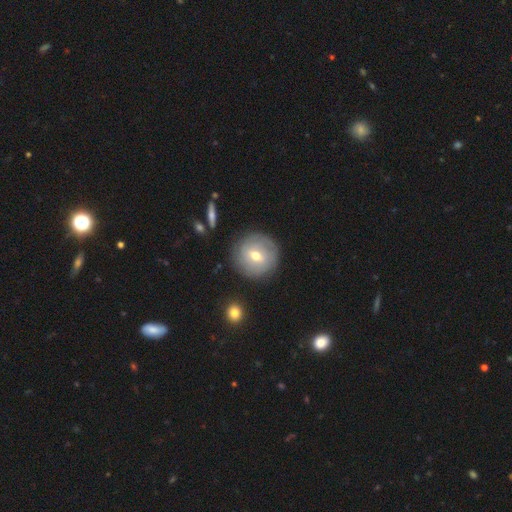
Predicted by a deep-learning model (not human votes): smooth 47%, featured or disk 44%, star or artifact 8%. Down the decision tree: merging — none (84%).